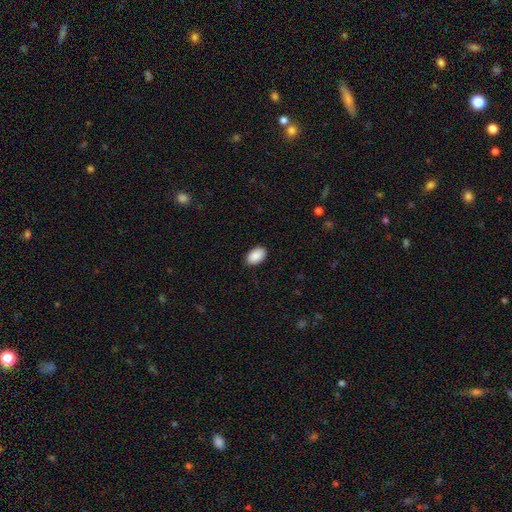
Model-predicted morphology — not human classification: This appears to be a smooth galaxy with no disk features (90%) that is in between round and cigar-shaped (92%). Merging: none (88%).